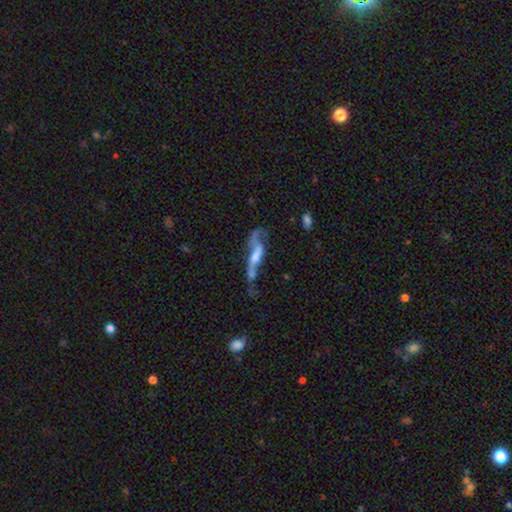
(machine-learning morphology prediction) smooth-or-featured: featured or disk: 60% | smooth: 31% | star or artifact: 9%
  disk-edge-on: no: 70% | yes: 30%
  merging: major disturbance: 42% | none: 22% | merger: 20% | minor disturbance: 16%